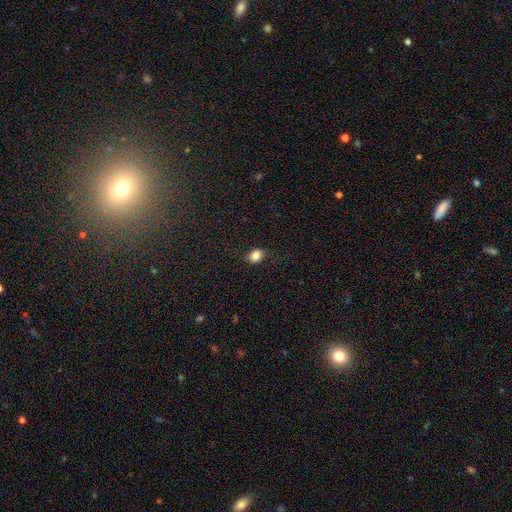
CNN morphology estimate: A smooth galaxy with no disk features (82%) that is in between round and cigar-shaped (57%). Merging: none (79%).